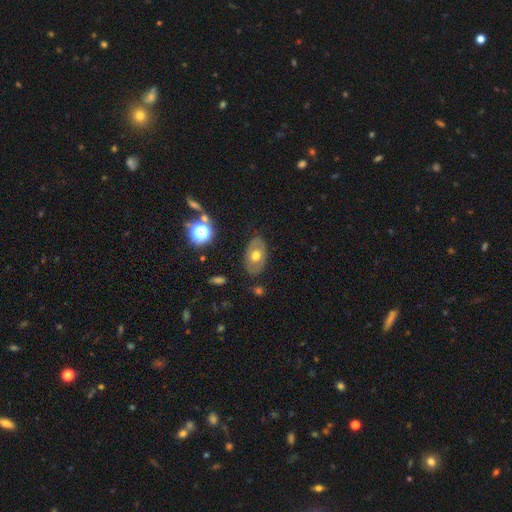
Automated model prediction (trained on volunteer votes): Overall: smooth (53%; featured or disk 38%). How rounded: in between (84%). Merging: none (80%).